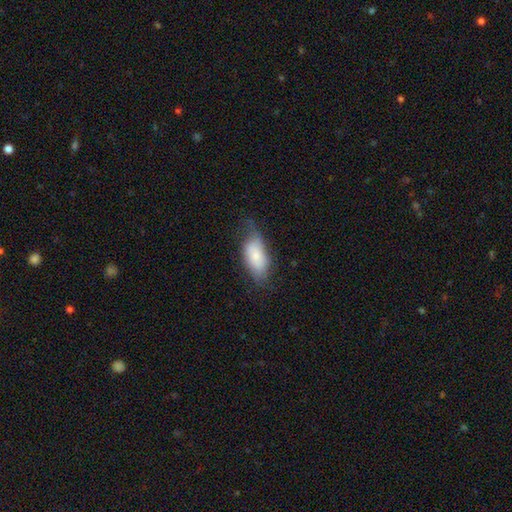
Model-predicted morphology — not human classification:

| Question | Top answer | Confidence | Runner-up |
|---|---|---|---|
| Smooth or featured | smooth | 73% | featured or disk (20%) |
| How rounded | in between | 90% | cigar-shaped (7%) |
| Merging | none | 48% | minor disturbance (35%) |